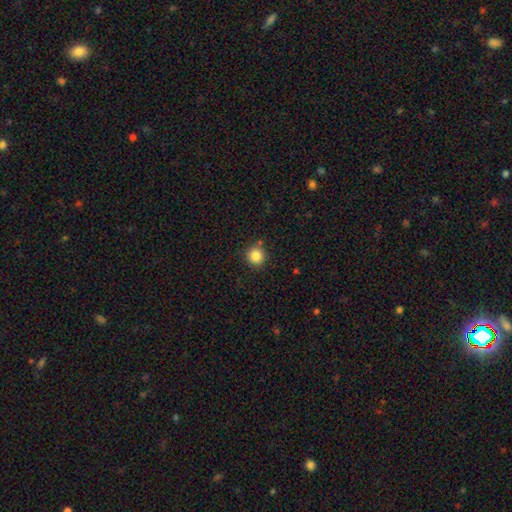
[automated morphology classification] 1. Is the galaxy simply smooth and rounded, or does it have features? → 86% smooth, 10% star or artifact, 4% featured or disk.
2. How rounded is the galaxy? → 94% round, 5% in between, 1% cigar-shaped.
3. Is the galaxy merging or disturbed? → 87% none, 8% minor disturbance, 3% merger, 2% major disturbance.